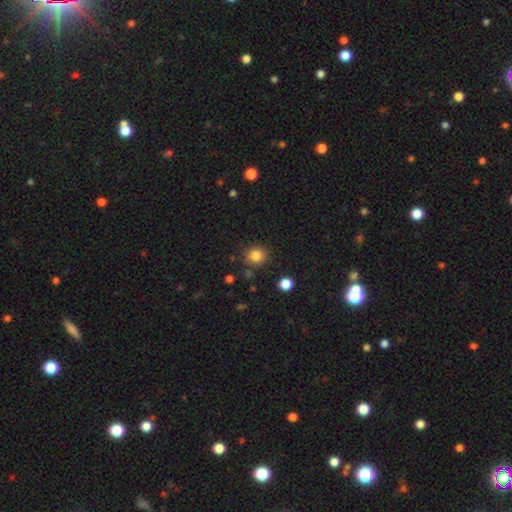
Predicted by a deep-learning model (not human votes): smooth-or-featured: smooth: 83% | star or artifact: 12% | featured or disk: 5%
  how-rounded: round: 80% | in between: 19% | cigar-shaped: 1%
  merging: none: 85% | minor disturbance: 9% | merger: 3% | major disturbance: 3%